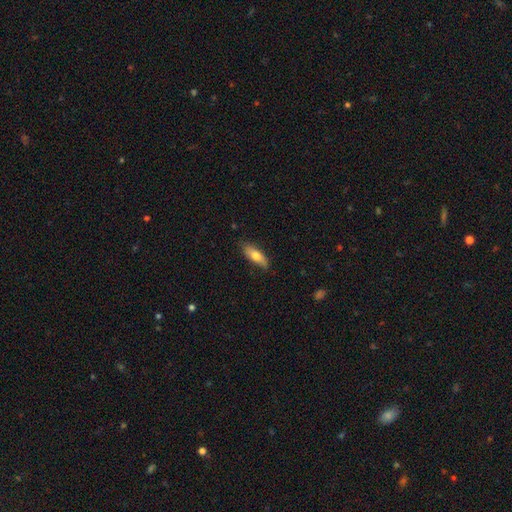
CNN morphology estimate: smooth_or_featured: smooth (p=0.72) [alt: featured or disk p=0.23]
how_rounded: in between (p=0.66) [alt: cigar-shaped p=0.32]
merging: none (p=0.78) [alt: minor disturbance p=0.18]